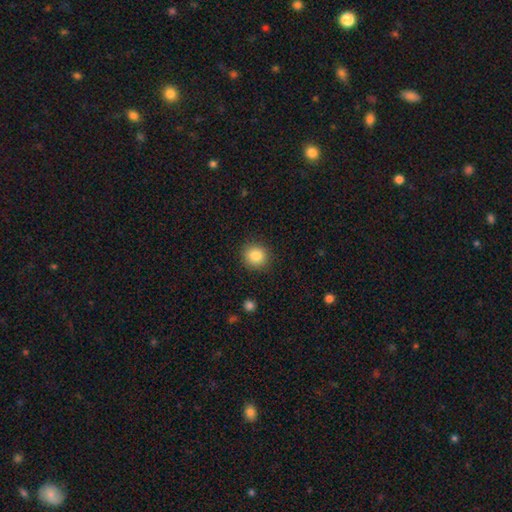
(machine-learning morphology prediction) smooth_or_featured: smooth (p=0.85) [alt: star or artifact p=0.10]
how_rounded: round (p=0.86) [alt: in between p=0.13]
merging: none (p=0.89) [alt: minor disturbance p=0.07]